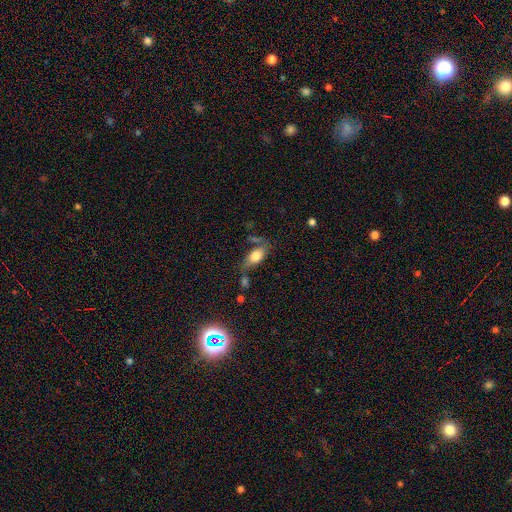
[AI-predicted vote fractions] smooth 72%, featured or disk 20%, star or artifact 8%. Down the decision tree: how rounded — in between (86%); merging — none (54%).